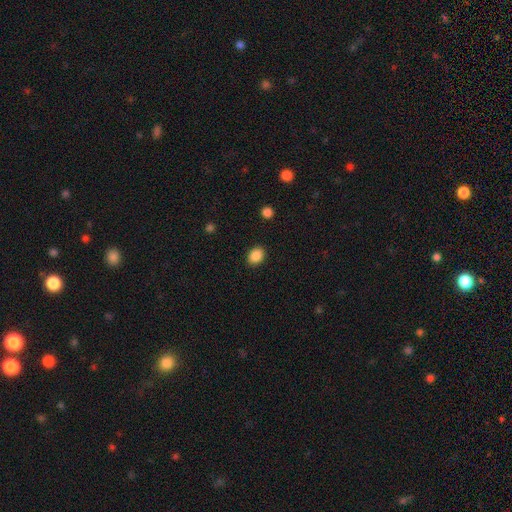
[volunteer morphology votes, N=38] Overall: smooth (92%). How rounded: in between (66%; round 31%). Merging: none (81%).